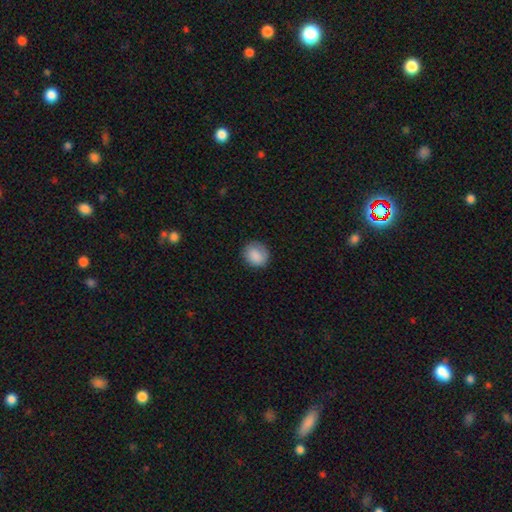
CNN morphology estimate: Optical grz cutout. It shows a smooth galaxy with no disk features (87%) that is round (78%). Merging: none (83%).